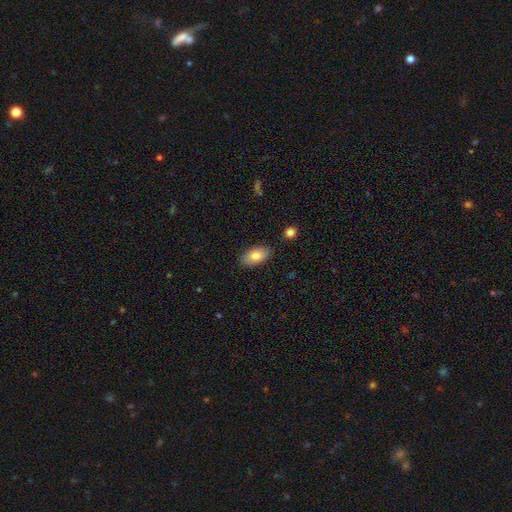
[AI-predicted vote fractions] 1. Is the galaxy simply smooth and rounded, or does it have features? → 81% smooth, 12% featured or disk, 7% star or artifact.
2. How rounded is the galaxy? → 93% in between, 4% round, 4% cigar-shaped.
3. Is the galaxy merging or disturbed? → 85% none, 11% minor disturbance, 2% major disturbance, 2% merger.